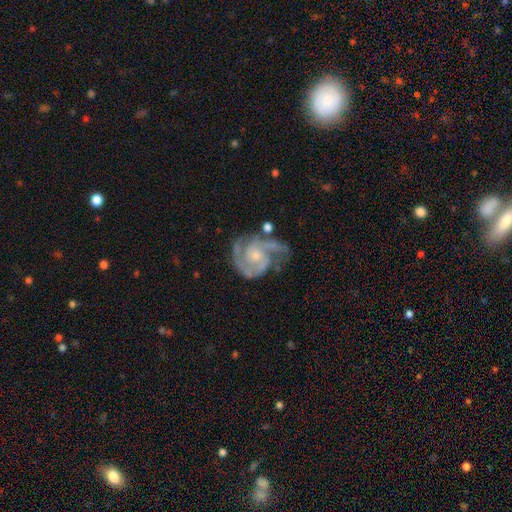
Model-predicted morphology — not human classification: Q: Smooth or featured?
A: featured or disk (90%); runner-up: smooth (6%)
Q: Edge-on disk?
A: no (98%); runner-up: yes (2%)
Q: Bar?
A: no (71%); runner-up: weak (24%)
Q: Spiral arms?
A: yes (97%); runner-up: no (3%)
Q: Spiral winding?
A: tight (46%); runner-up: medium (45%)
Q: Spiral arm count?
A: 2 (58%); runner-up: 3 (23%)
Q: Bulge size?
A: small (63%); runner-up: moderate (30%)
Q: Merging?
A: none (56%); runner-up: minor disturbance (23%)